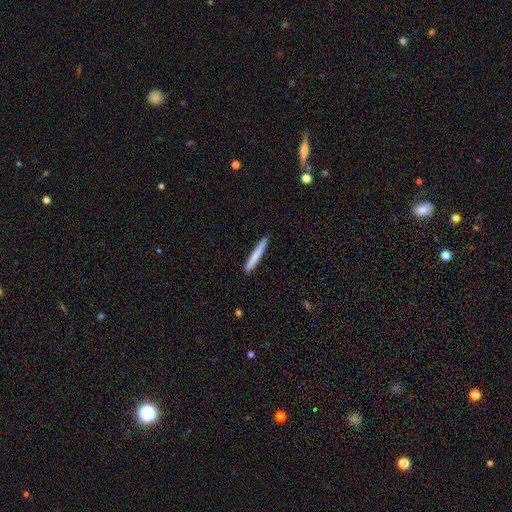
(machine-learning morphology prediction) Q: Smooth or featured?
A: smooth (75%); runner-up: featured or disk (20%)
Q: How rounded?
A: cigar-shaped (96%); runner-up: in between (2%)
Q: Merging?
A: none (90%); runner-up: minor disturbance (7%)